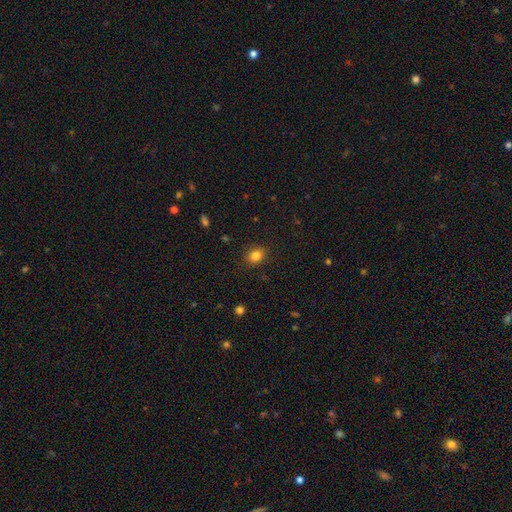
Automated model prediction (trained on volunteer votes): Smooth or featured: smooth — 83% (star or artifact — 11%)
How rounded: round — 55% (in between — 44%)
Merging: none — 87% (minor disturbance — 9%)